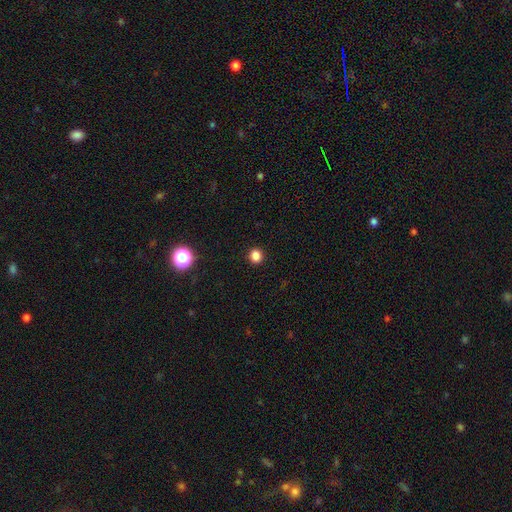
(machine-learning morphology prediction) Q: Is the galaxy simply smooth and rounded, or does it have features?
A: smooth — 83%.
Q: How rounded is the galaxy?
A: round — 83%.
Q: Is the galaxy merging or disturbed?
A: none — 92%.